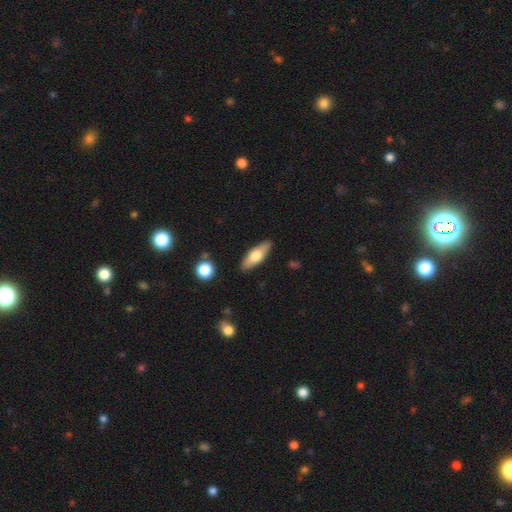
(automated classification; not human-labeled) The model was most divided on "how rounded": in between: 58%, cigar-shaped: 39%, round: 3%. More confident: merging — none (87%); smooth or featured — smooth (61%).